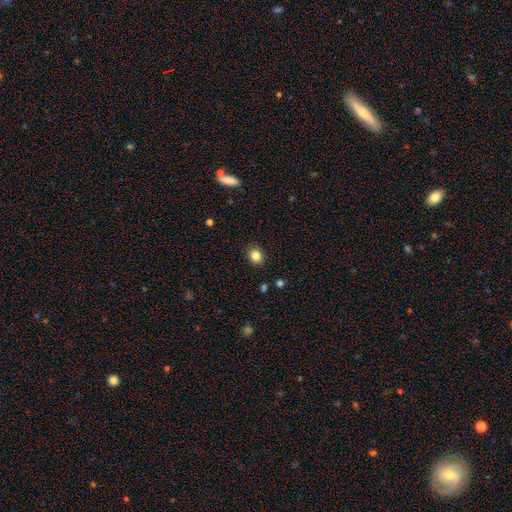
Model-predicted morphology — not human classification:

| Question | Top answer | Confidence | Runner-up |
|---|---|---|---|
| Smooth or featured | smooth | 84% | star or artifact (10%) |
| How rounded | round | 54% | in between (45%) |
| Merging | none | 88% | minor disturbance (9%) |